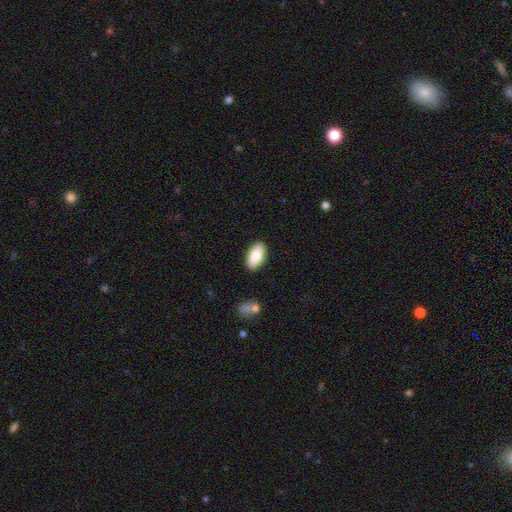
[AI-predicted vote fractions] Overall: smooth (83%). How rounded: in between (94%). Merging: none (89%).